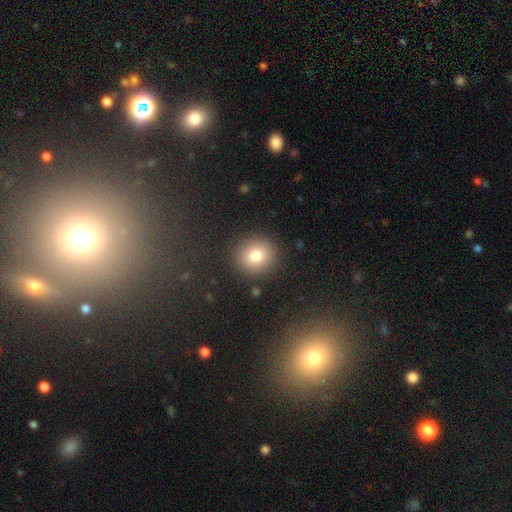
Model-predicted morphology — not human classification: Smooth or featured: smooth — 80% (star or artifact — 11%)
How rounded: round — 86% (in between — 13%)
Merging: none — 89% (minor disturbance — 7%)